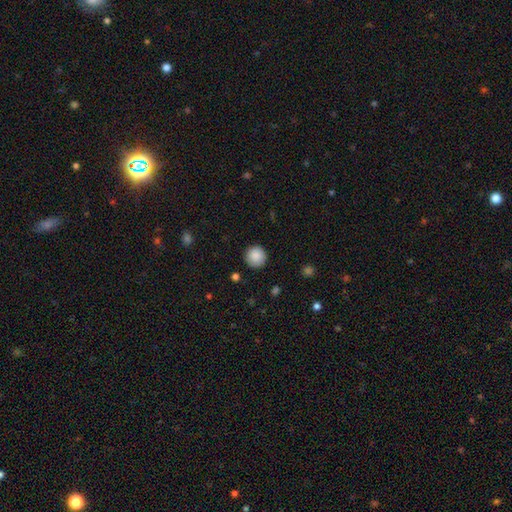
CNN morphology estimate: Smooth or featured? Predicted: smooth (p=0.89). How rounded? Predicted: round (p=0.95). Merging? Predicted: none (p=0.90).